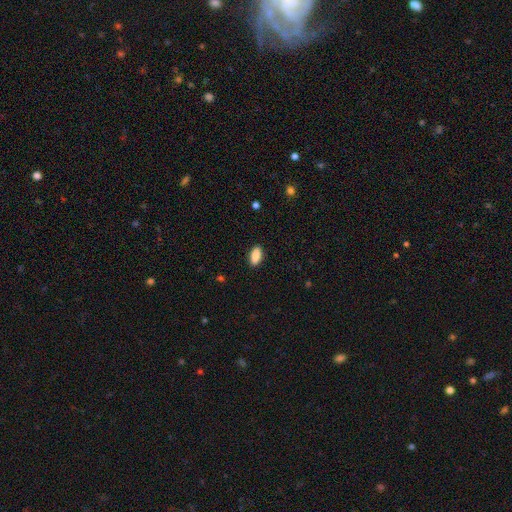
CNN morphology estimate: Q: Smooth or featured?
A: smooth (89%); runner-up: star or artifact (7%)
Q: How rounded?
A: in between (89%); runner-up: cigar-shaped (9%)
Q: Merging?
A: none (89%); runner-up: minor disturbance (8%)